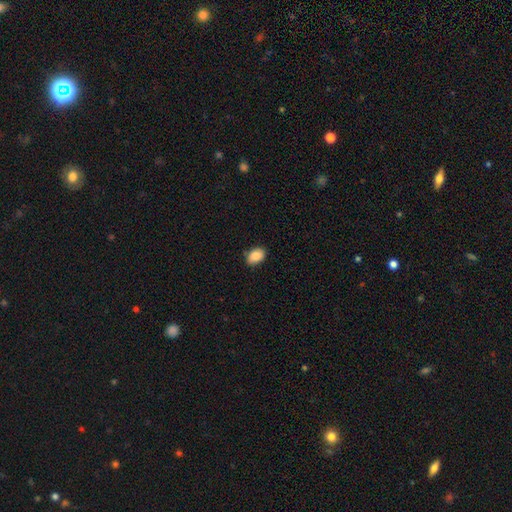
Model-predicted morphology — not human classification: A smooth galaxy with no disk features (87%) that is in between round and cigar-shaped (83%). Merging: none (84%).